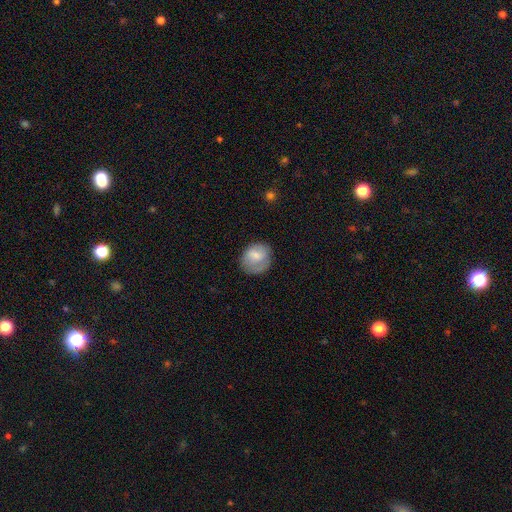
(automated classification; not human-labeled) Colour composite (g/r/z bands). It shows a smooth galaxy with no disk features (69%) that is round (63%). Merging: none (64%).